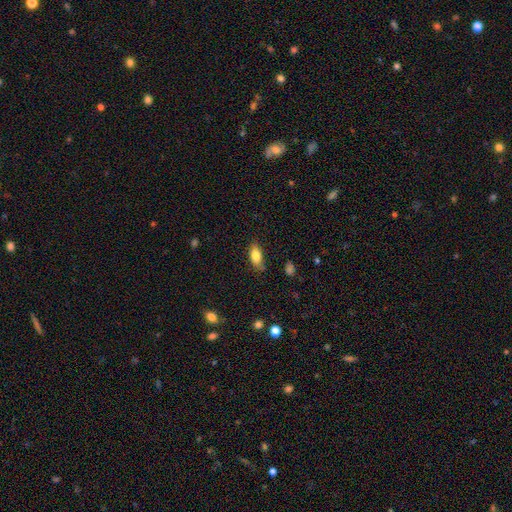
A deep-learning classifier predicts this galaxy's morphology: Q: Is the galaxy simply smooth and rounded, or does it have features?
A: smooth — 80%.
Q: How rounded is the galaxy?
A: in between — 84%.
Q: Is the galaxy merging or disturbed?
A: none — 77%.